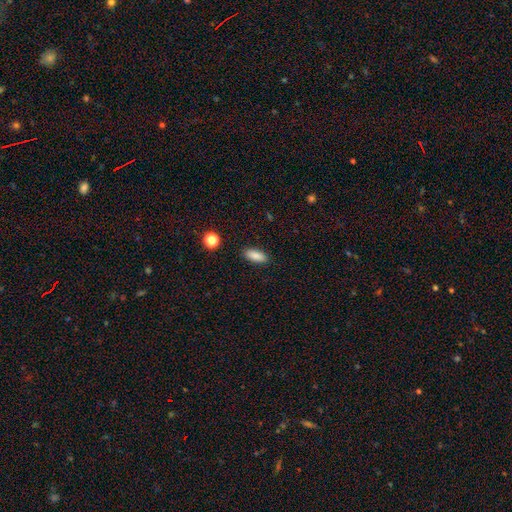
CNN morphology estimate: smooth_or_featured: smooth (p=0.87) [alt: star or artifact p=0.08]
how_rounded: in between (p=0.77) [alt: cigar-shaped p=0.20]
merging: none (p=0.89) [alt: minor disturbance p=0.08]